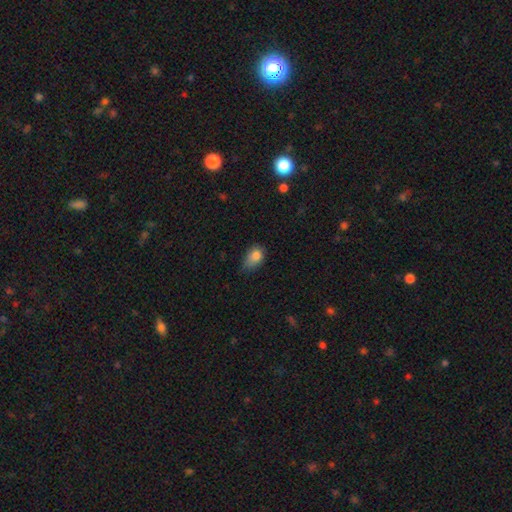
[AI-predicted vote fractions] This appears to be a smooth galaxy with no disk features (81%) that is in between round and cigar-shaped (71%). Merging: minor disturbance (46%).